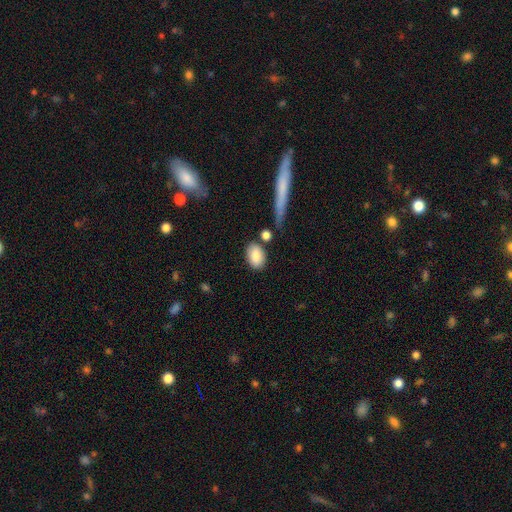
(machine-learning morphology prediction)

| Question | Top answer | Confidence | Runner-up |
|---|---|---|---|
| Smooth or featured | smooth | 85% | featured or disk (9%) |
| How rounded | in between | 86% | round (12%) |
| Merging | none | 76% | minor disturbance (13%) |